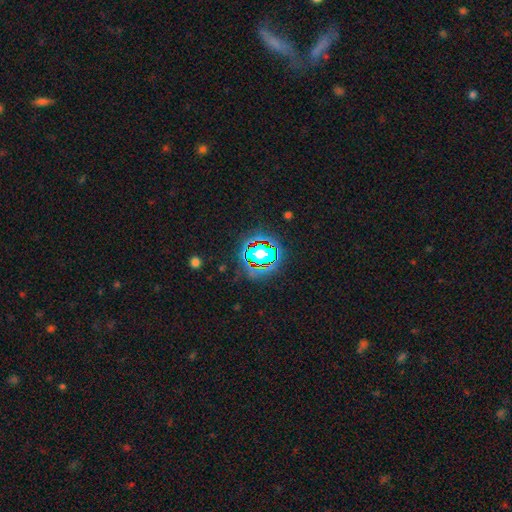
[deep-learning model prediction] The model was most divided on "smooth or featured": star or artifact: 63%, smooth: 23%, featured or disk: 13%.